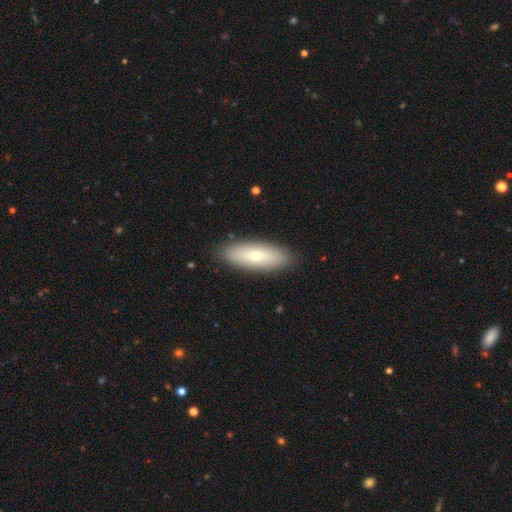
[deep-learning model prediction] The model was most divided on "how rounded": in between: 69%, cigar-shaped: 29%, round: 3%. More confident: merging — none (89%); smooth or featured — smooth (69%).